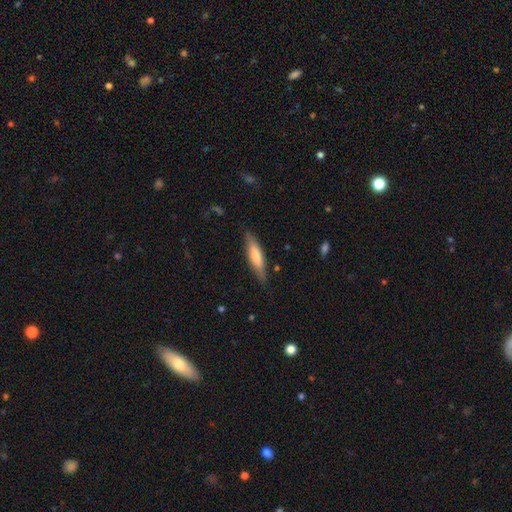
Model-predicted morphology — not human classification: Q: Smooth or featured?
A: smooth (60%); runner-up: featured or disk (35%)
Q: How rounded?
A: cigar-shaped (78%); runner-up: in between (21%)
Q: Merging?
A: none (82%); runner-up: minor disturbance (14%)